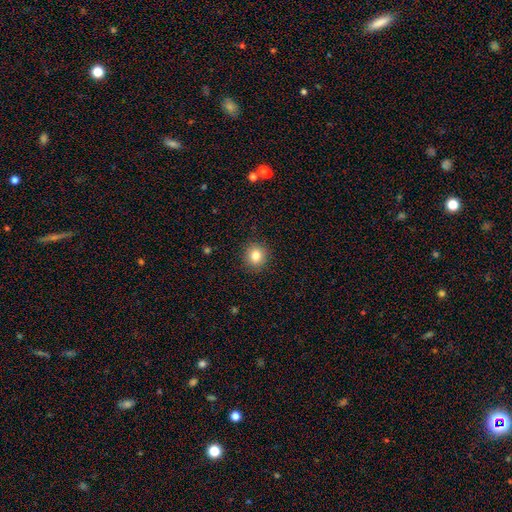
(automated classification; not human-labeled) Overall: smooth (82%). How rounded: round (89%). Merging: none (91%).